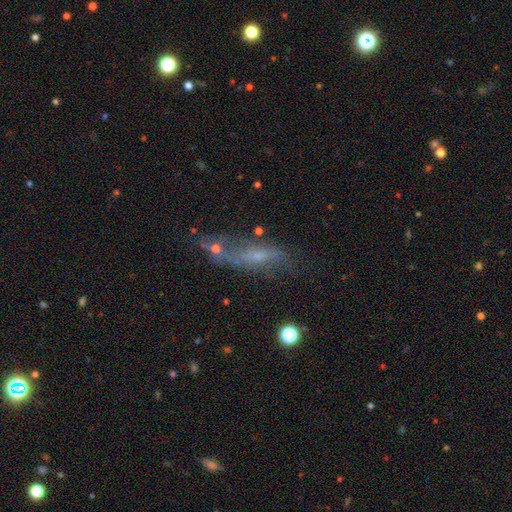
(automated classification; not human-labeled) This is possibly a featured or disk galaxy (52%). It is likely not viewed edge-on (64%). Merging: possibly none (45%).